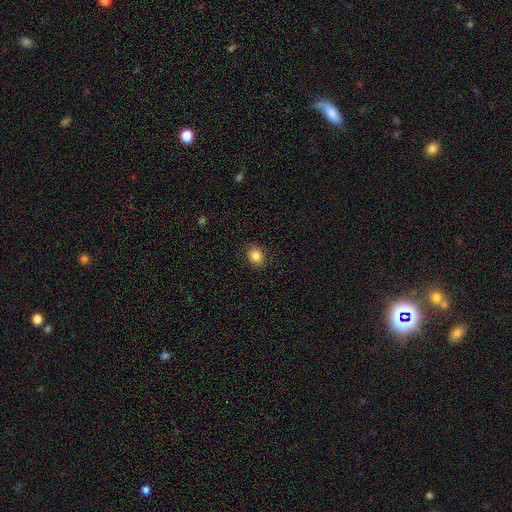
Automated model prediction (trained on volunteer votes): smooth 86%, star or artifact 10%, featured or disk 4%. Down the decision tree: how rounded — round (61%); merging — none (88%).